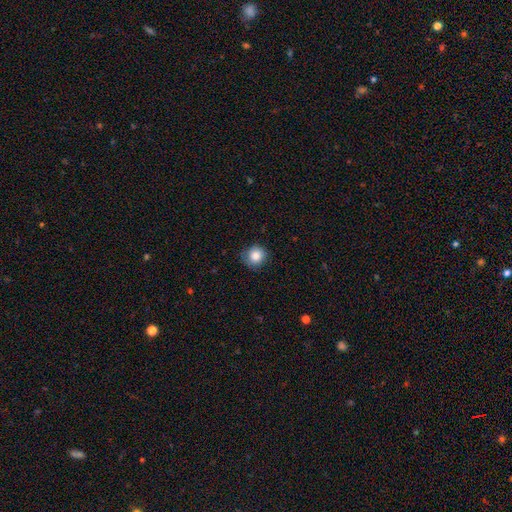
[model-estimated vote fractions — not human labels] A smooth galaxy with no disk features (85%) that is round (90%).

Vote fractions:
- Smooth or featured? smooth: 85% / star or artifact: 10% / featured or disk: 5%
- How rounded? round: 90% / in between: 9% / cigar-shaped: 1%
- Merging? none: 79% / minor disturbance: 17% / major disturbance: 3% / merger: 1%